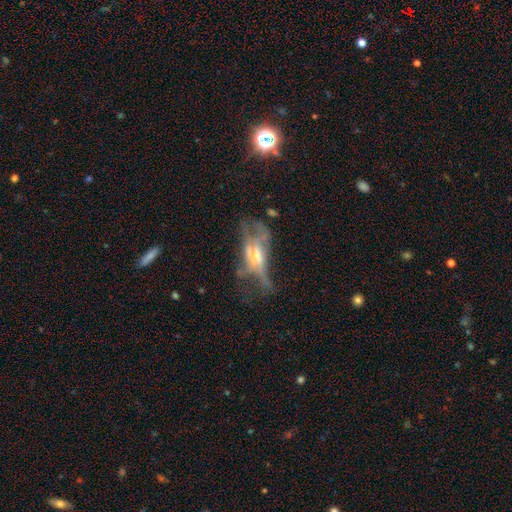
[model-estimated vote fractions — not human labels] Morphology: type=featured or disk (61%); edge-on=no (71%); merging=major disturbance (47%).